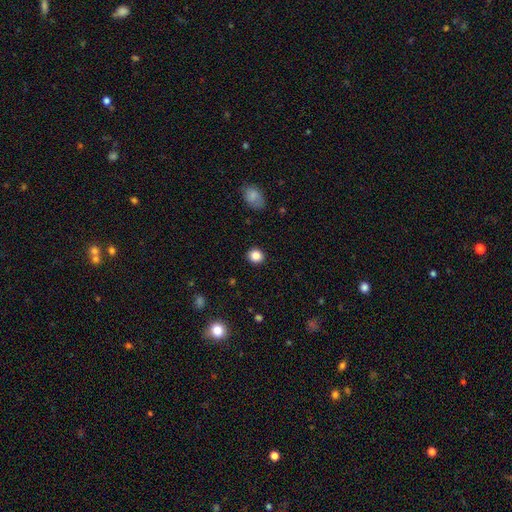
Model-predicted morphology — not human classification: A smooth galaxy with no disk features (86%) that is round (80%).

Vote fractions:
- Smooth or featured? smooth: 86% / star or artifact: 10% / featured or disk: 4%
- How rounded? round: 80% / in between: 19% / cigar-shaped: 1%
- Merging? none: 90% / minor disturbance: 7% / major disturbance: 2% / merger: 1%